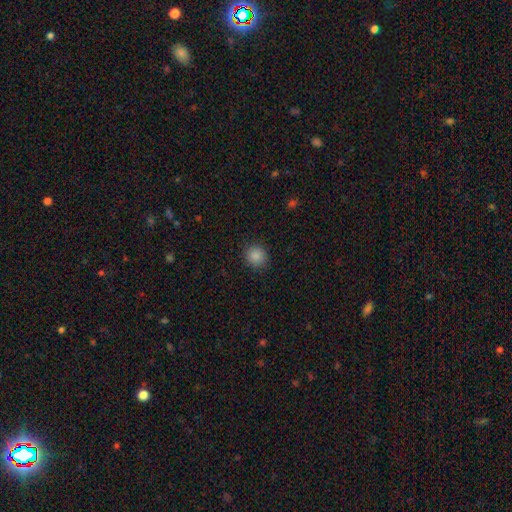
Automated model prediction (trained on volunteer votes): This is clearly a smooth galaxy (87%). How rounded: clearly round (85%). Merging: clearly none (89%).